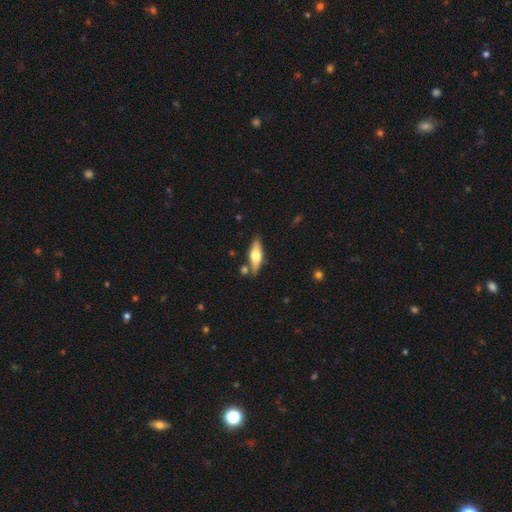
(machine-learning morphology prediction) The model was most divided on "smooth or featured" (2-way tie): smooth: 47%, featured or disk: 47%, star or artifact: 6%. More confident: merging — none (78%).